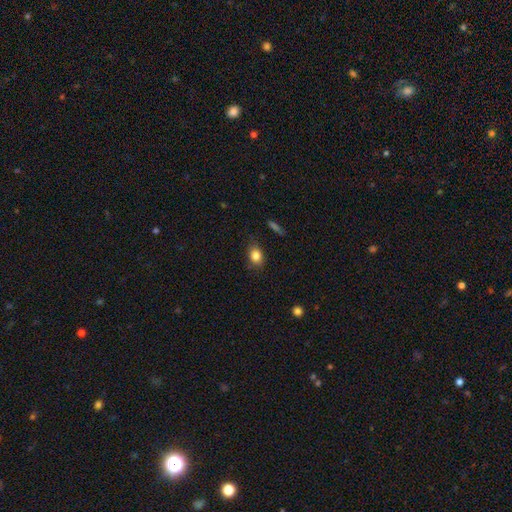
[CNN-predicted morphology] smooth 84%, star or artifact 10%, featured or disk 7%. Down the decision tree: how rounded — in between (60%); merging — none (79%).